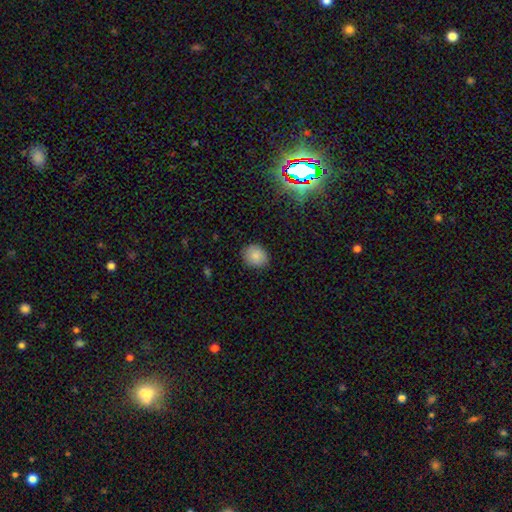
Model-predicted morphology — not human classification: Q: Smooth or featured?
A: smooth (85%); runner-up: star or artifact (10%)
Q: How rounded?
A: round (72%); runner-up: in between (27%)
Q: Merging?
A: none (86%); runner-up: minor disturbance (11%)